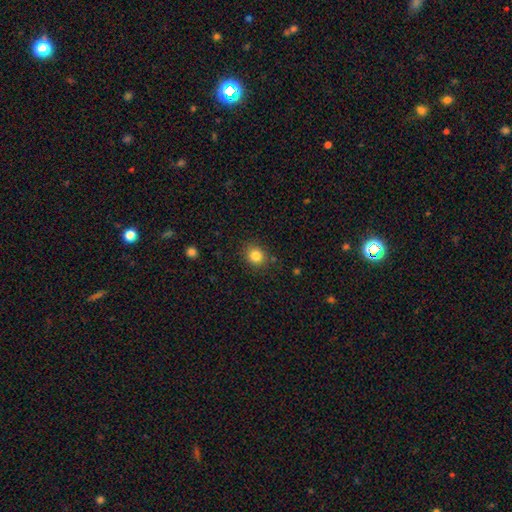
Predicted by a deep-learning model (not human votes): Overall: smooth (84%). How rounded: round (78%). Merging: none (86%).